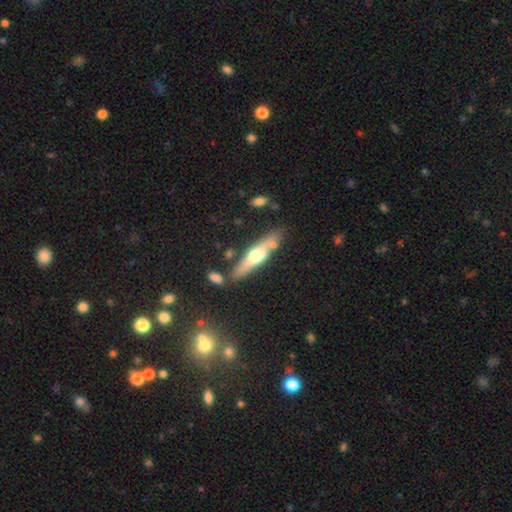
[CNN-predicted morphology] featured or disk 54%, smooth 40%, star or artifact 6%. Down the decision tree: edge-on disk — yes (87%); merging — none (74%).